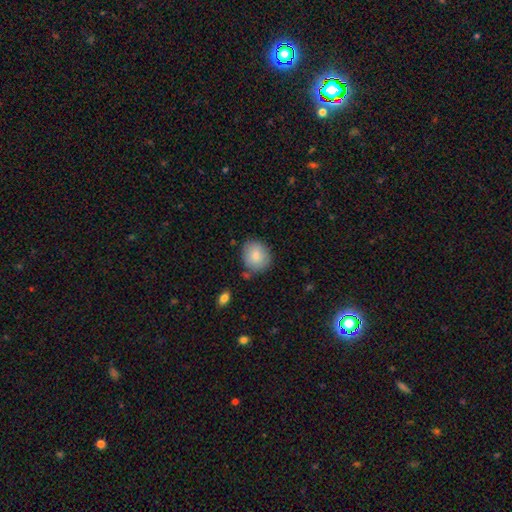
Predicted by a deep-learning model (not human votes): A smooth galaxy with no disk features (84%) that is round (76%). Merging: none (76%).